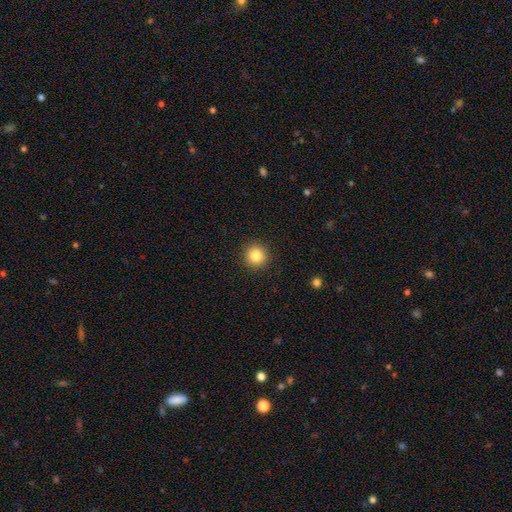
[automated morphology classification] Smooth or featured: smooth — 83% (star or artifact — 11%)
How rounded: round — 94% (in between — 5%)
Merging: none — 92% (minor disturbance — 5%)